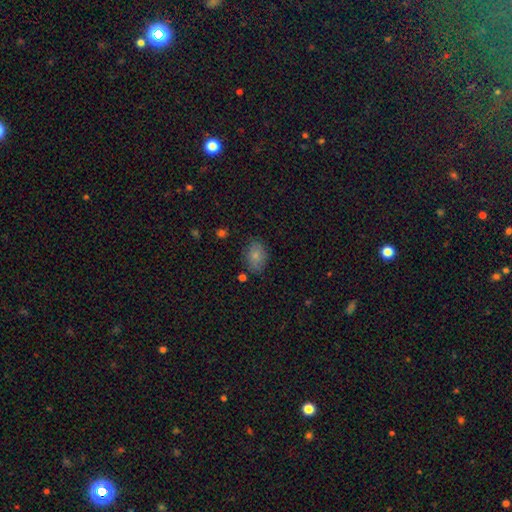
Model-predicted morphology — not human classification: smooth_or_featured: smooth (p=0.80) [alt: featured or disk p=0.11]
how_rounded: in between (p=0.79) [alt: round p=0.19]
merging: none (p=0.78) [alt: minor disturbance p=0.15]